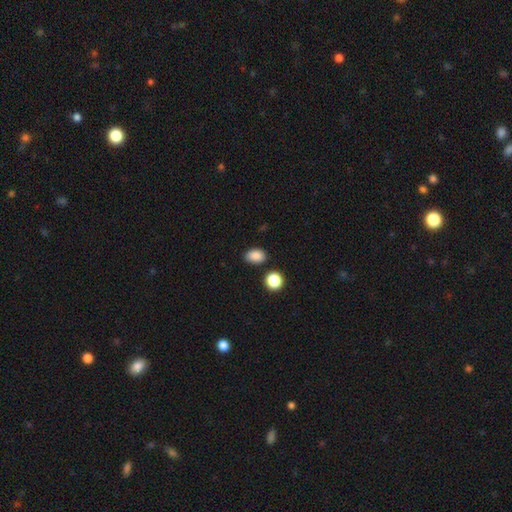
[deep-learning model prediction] Smooth or featured? smooth (86%)
How rounded? in between (79%)
Merging? none (83%)